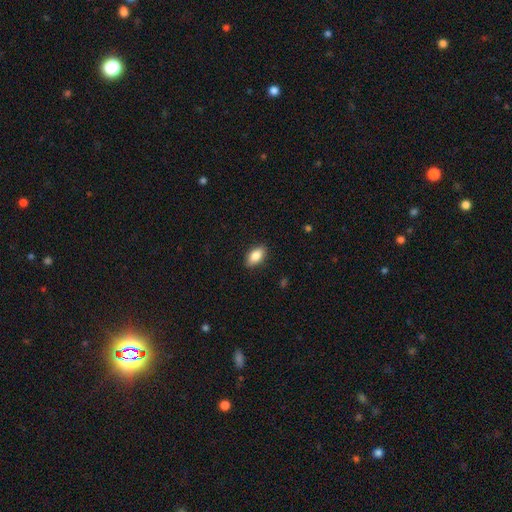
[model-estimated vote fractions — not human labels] Overall: smooth (85%). How rounded: in between (90%). Merging: none (88%).